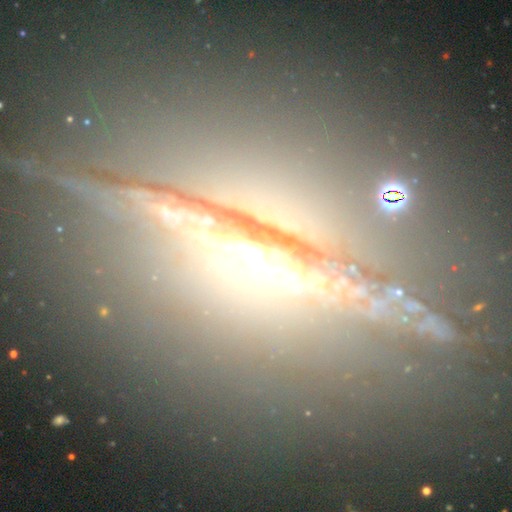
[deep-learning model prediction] Overall: featured or disk (63%). Edge-on disk: yes (69%; no 31%). Merging: none (70%).